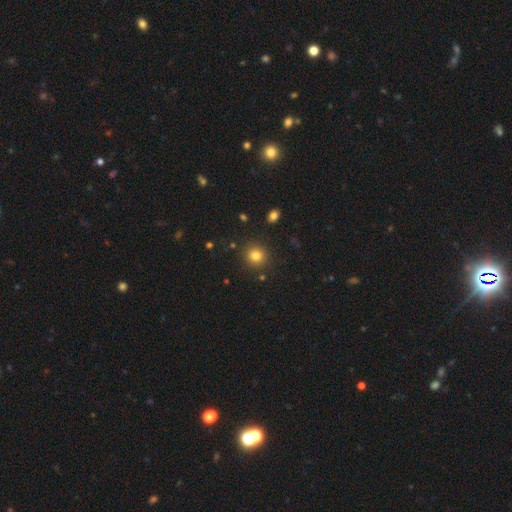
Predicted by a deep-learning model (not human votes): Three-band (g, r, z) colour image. It shows a smooth galaxy with no disk features (81%) that is round (91%). Merging: none (89%).